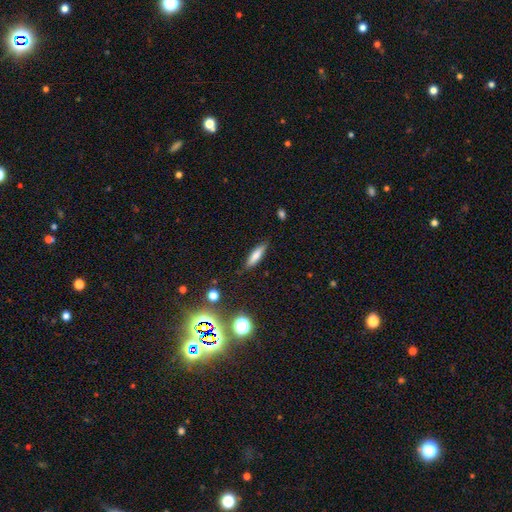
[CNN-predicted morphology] Smooth or featured?
  - smooth: 73% *
  - featured or disk: 17%
  - star or artifact: 9%
How rounded?
  - cigar-shaped: 67% *
  - in between: 31%
  - round: 2%
Merging?
  - none: 82% *
  - minor disturbance: 13%
  - major disturbance: 3%
  - merger: 2%